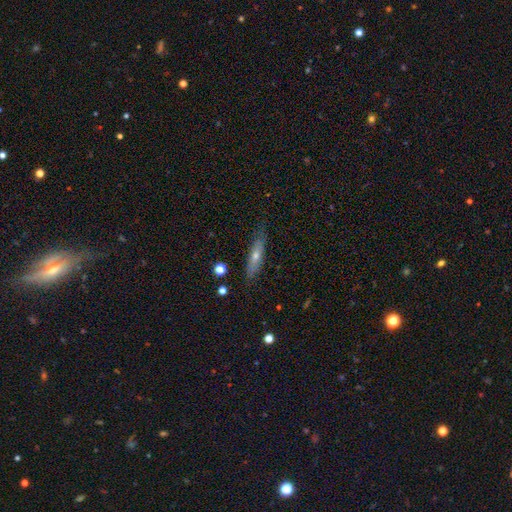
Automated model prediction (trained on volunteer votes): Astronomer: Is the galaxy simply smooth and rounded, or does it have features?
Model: smooth — 49% (runner-up: featured or disk, 43%).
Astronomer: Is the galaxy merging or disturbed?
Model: none — 79%.